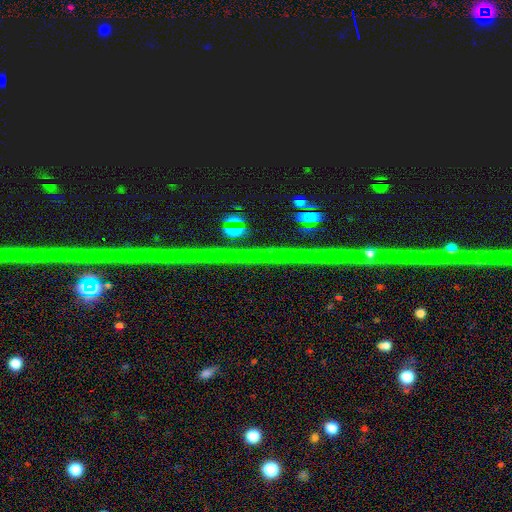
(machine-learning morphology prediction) A star or artifact, not a galaxy (83%).